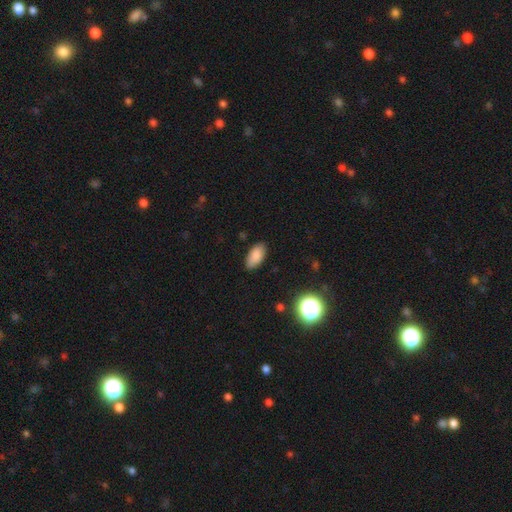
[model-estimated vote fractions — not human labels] A smooth galaxy with no disk features (85%) that is in between round and cigar-shaped (93%).

Vote fractions:
- Smooth or featured? smooth: 85% / star or artifact: 9% / featured or disk: 6%
- How rounded? in between: 93% / cigar-shaped: 5% / round: 3%
- Merging? none: 86% / minor disturbance: 11% / major disturbance: 2% / merger: 1%